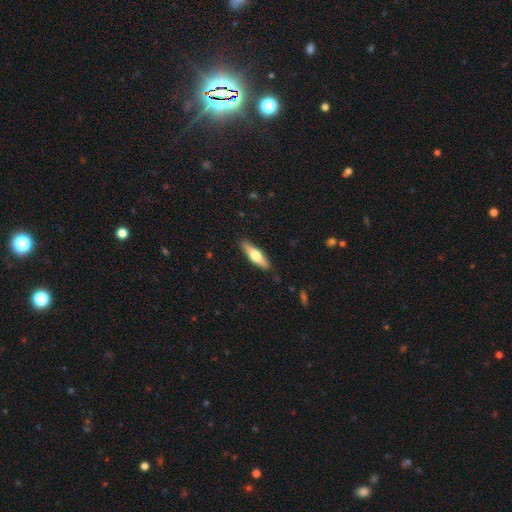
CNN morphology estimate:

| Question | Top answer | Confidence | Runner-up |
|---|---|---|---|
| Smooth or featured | smooth | 56% | featured or disk (39%) |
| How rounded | cigar-shaped | 63% | in between (35%) |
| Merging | none | 89% | minor disturbance (8%) |